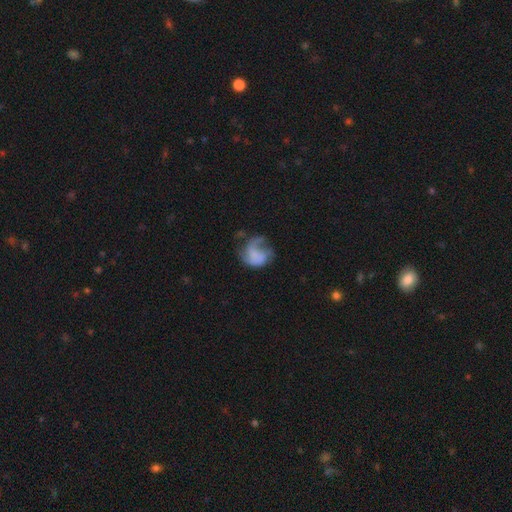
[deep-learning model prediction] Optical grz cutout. It shows a featured or disk galaxy (53%) with no bar (74%), spiral arms (68%) and no central bulge (65%). Merging: major disturbance (40%).